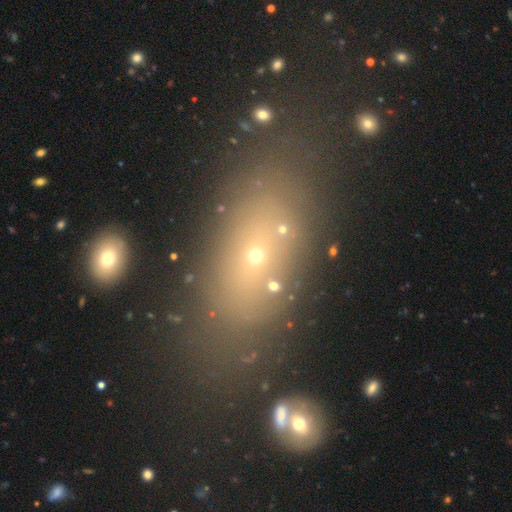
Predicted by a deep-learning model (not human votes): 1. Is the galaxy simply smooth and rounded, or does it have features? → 49% smooth, 28% star or artifact, 24% featured or disk.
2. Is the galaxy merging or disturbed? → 74% none, 12% minor disturbance, 7% merger, 7% major disturbance.